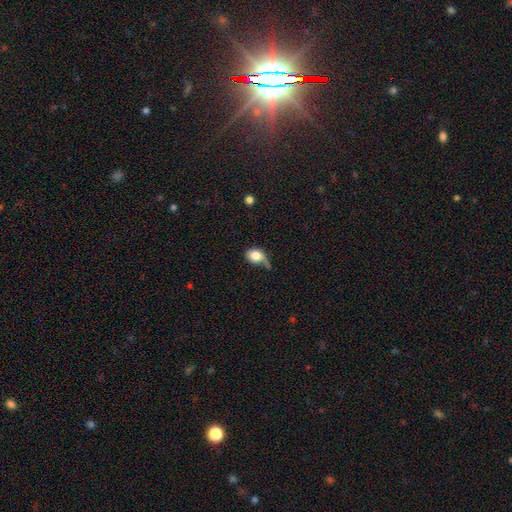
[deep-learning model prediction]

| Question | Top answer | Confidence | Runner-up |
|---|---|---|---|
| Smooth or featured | smooth | 79% | featured or disk (13%) |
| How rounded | in between | 58% | round (40%) |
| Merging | minor disturbance | 34% | none (31%) |